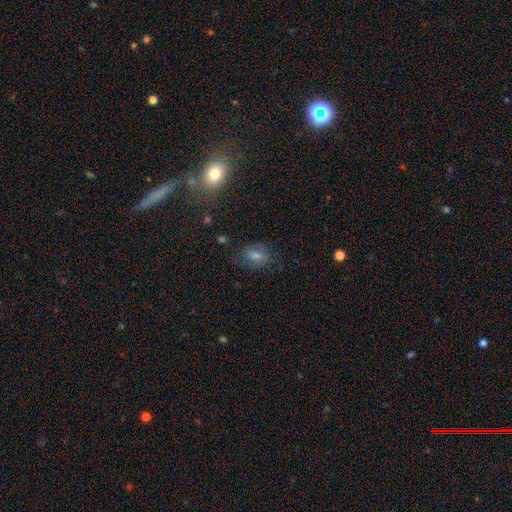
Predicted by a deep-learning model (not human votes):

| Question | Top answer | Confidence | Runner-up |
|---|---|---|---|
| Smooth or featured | smooth | 52% | featured or disk (27%) |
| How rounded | in between | 70% | round (27%) |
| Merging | none | 74% | minor disturbance (17%) |